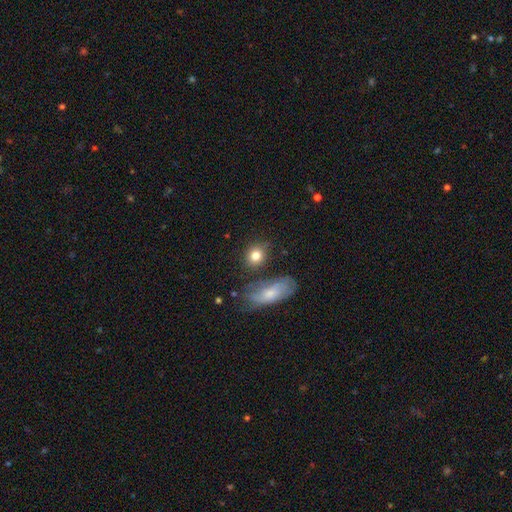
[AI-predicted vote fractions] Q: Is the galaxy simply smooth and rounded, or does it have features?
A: smooth — 80%.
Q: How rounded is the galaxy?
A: round — 70%.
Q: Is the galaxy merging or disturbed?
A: none — 72%.